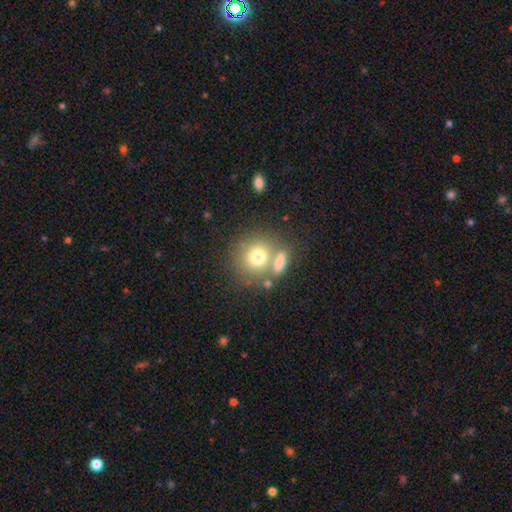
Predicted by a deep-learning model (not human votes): smooth 74%, featured or disk 15%, star or artifact 11%. Down the decision tree: how rounded — round (84%); merging — none (55%).